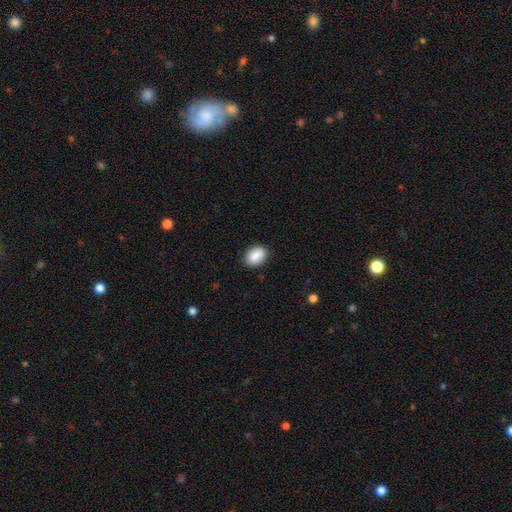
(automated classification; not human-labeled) This is clearly a smooth galaxy (87%). How rounded: clearly in between (83%). Merging: clearly none (87%).